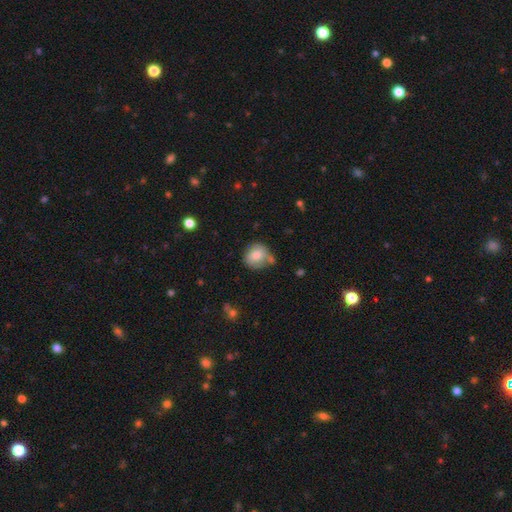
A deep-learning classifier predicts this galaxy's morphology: A smooth galaxy with no disk features (76%) that is round (79%).

Vote fractions:
- Smooth or featured? smooth: 76% / featured or disk: 16% / star or artifact: 8%
- How rounded? round: 79% / in between: 20% / cigar-shaped: 1%
- Merging? none: 60% / minor disturbance: 21% / merger: 14% / major disturbance: 5%